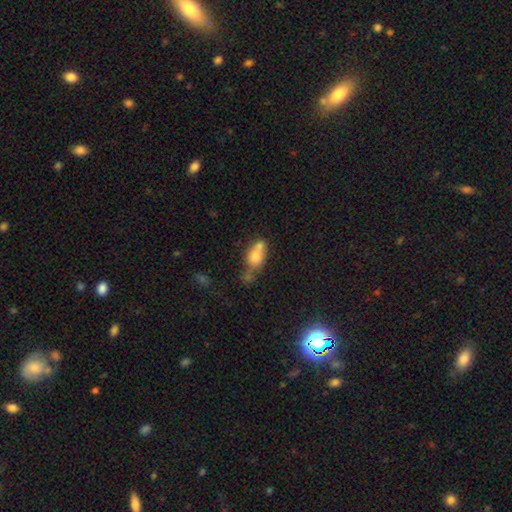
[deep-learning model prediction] Smooth or featured?
  - smooth: 67% *
  - featured or disk: 22%
  - star or artifact: 12%
How rounded?
  - in between: 62% *
  - round: 31%
  - cigar-shaped: 7%
Merging?
  - merger: 48% *
  - none: 30%
  - minor disturbance: 14%
  - major disturbance: 8%